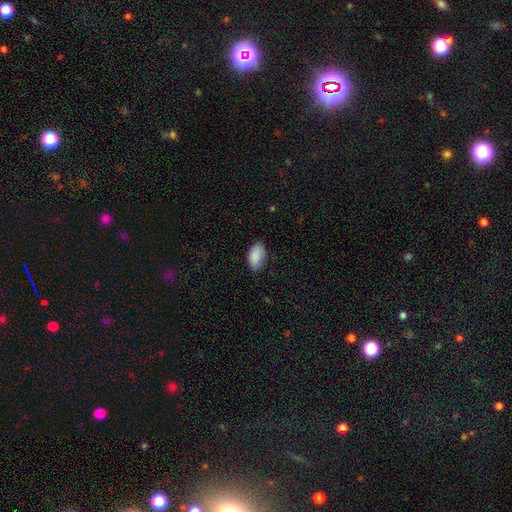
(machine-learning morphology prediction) Smooth or featured? Predicted: smooth (p=0.89). How rounded? Predicted: in between (p=0.94). Merging? Predicted: none (p=0.74).